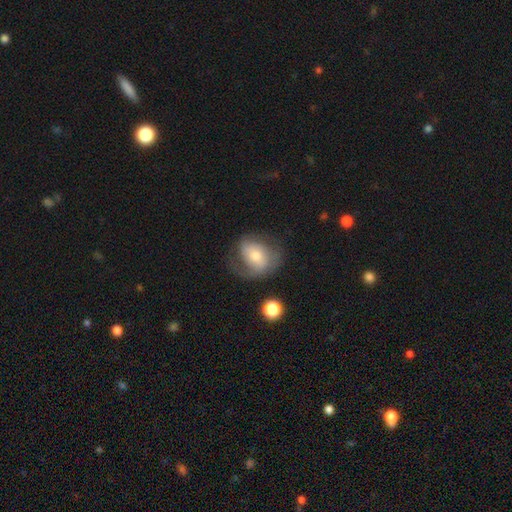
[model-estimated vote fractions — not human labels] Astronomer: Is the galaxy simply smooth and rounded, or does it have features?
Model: featured or disk — 50% (runner-up: smooth, 42%).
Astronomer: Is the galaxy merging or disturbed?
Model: none — 48% (runner-up: minor disturbance, 25%).